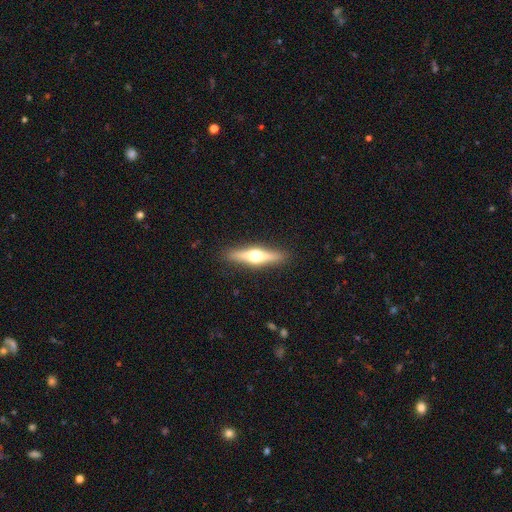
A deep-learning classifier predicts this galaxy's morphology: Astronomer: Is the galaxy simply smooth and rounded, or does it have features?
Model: featured or disk — 64%.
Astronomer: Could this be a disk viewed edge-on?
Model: yes — 96%.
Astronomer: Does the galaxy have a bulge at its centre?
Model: rounded — 95%.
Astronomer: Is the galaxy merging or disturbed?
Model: none — 90%.